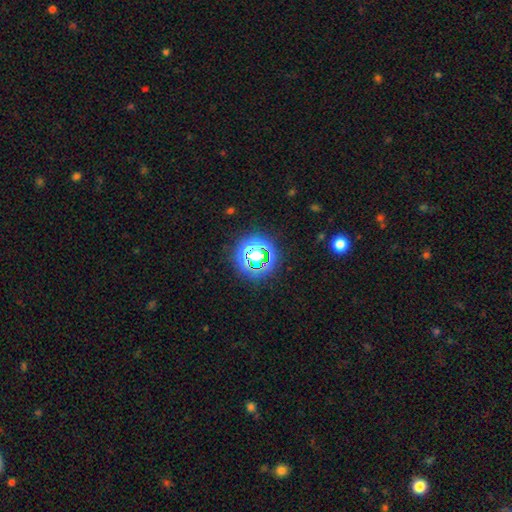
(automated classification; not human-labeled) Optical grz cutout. It shows a star or artifact, not a galaxy (56%).